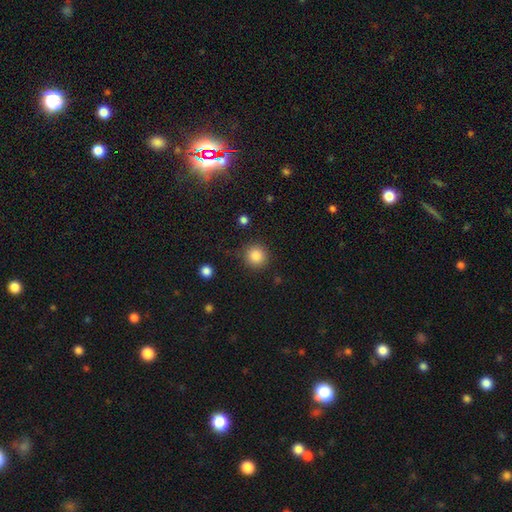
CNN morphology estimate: smooth_or_featured: smooth (p=0.85) [alt: star or artifact p=0.10]
how_rounded: round (p=0.94) [alt: in between p=0.05]
merging: none (p=0.88) [alt: minor disturbance p=0.07]